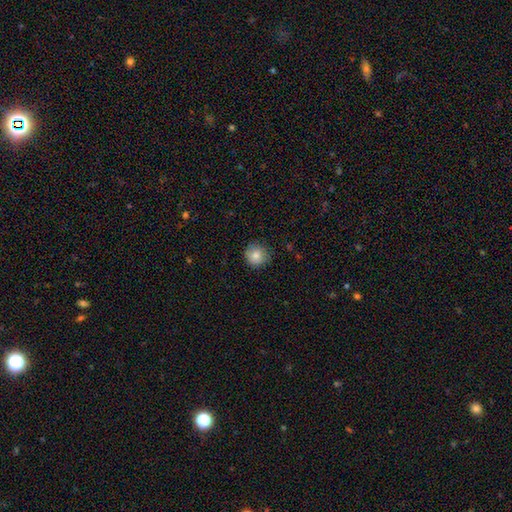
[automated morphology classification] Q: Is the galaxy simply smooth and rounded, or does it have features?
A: smooth — 84%.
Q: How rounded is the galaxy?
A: round — 92%.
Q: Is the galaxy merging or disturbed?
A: none — 82%.